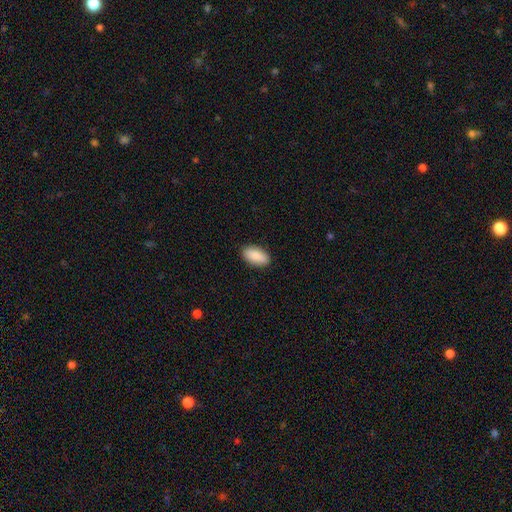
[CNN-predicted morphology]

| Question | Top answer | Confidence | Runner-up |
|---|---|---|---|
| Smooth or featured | smooth | 88% | star or artifact (6%) |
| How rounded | in between | 93% | cigar-shaped (4%) |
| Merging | none | 90% | minor disturbance (8%) |